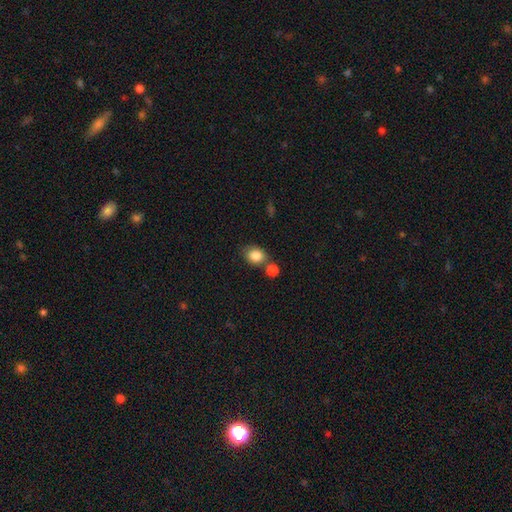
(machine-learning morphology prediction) Smooth or featured?
  - smooth: 85% *
  - star or artifact: 9%
  - featured or disk: 6%
How rounded?
  - in between: 51% *
  - round: 48%
  - cigar-shaped: 1%
Merging?
  - none: 59% *
  - merger: 24%
  - minor disturbance: 13%
  - major disturbance: 4%